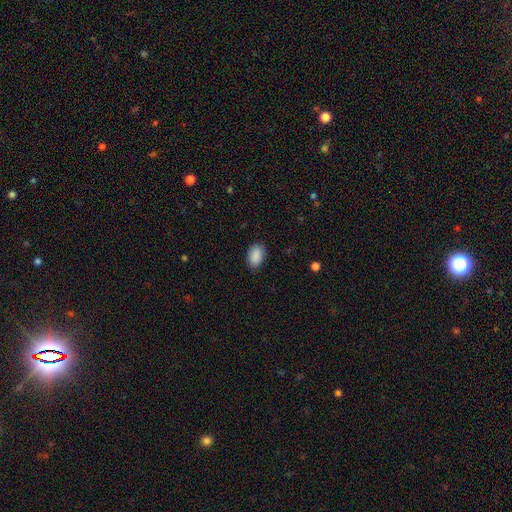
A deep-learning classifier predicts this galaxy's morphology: smooth-or-featured: smooth: 90% | star or artifact: 7% | featured or disk: 3%
  how-rounded: in between: 89% | round: 10% | cigar-shaped: 1%
  merging: none: 85% | minor disturbance: 11% | major disturbance: 2% | merger: 1%